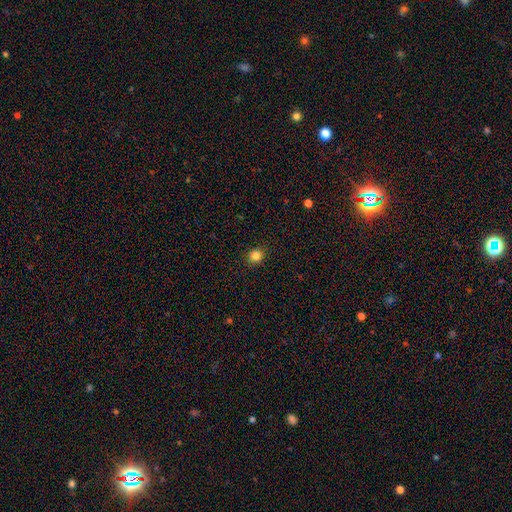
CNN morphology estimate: type=smooth (83%); roundness=round (78%); merging=none (90%).